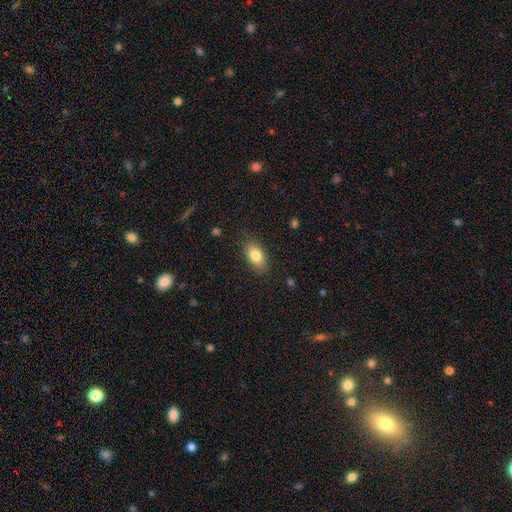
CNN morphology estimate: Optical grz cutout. It shows a smooth galaxy with no disk features (82%) that is in between round and cigar-shaped (89%). Merging: none (84%).